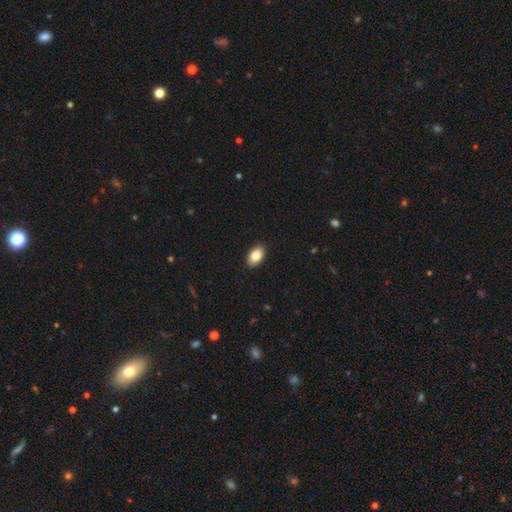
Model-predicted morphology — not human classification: A smooth galaxy with no disk features (85%) that is in between round and cigar-shaped (92%). Merging: none (90%).